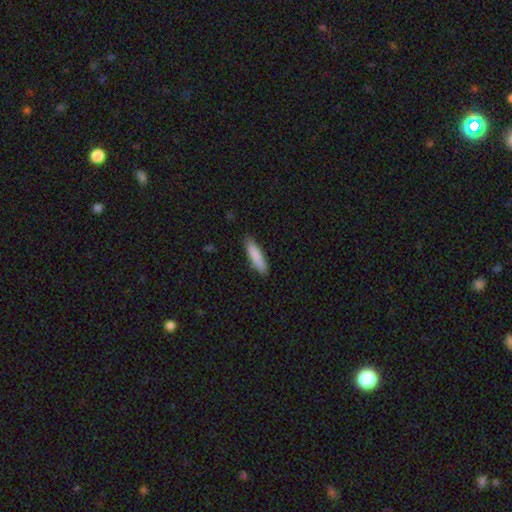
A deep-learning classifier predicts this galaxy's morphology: Smooth or featured: smooth — 86% (featured or disk — 9%)
How rounded: cigar-shaped — 75% (in between — 24%)
Merging: none — 84% (minor disturbance — 12%)